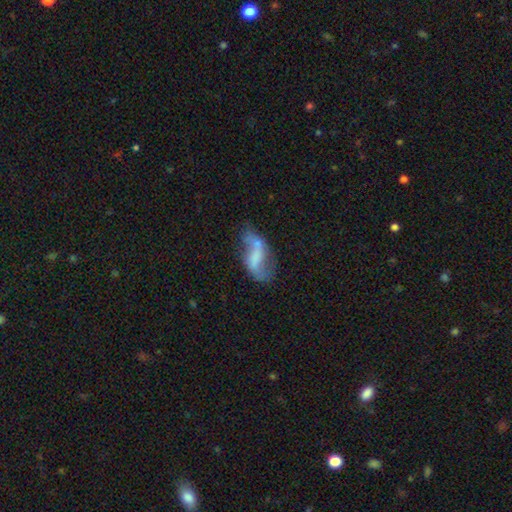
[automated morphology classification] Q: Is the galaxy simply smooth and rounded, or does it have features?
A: featured or disk — 64%.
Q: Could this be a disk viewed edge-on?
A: no — 94%.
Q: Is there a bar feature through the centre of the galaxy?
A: weak — 37%.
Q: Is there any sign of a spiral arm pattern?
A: yes — 72%.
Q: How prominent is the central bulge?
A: none — 52%.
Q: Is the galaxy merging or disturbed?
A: none — 42%.